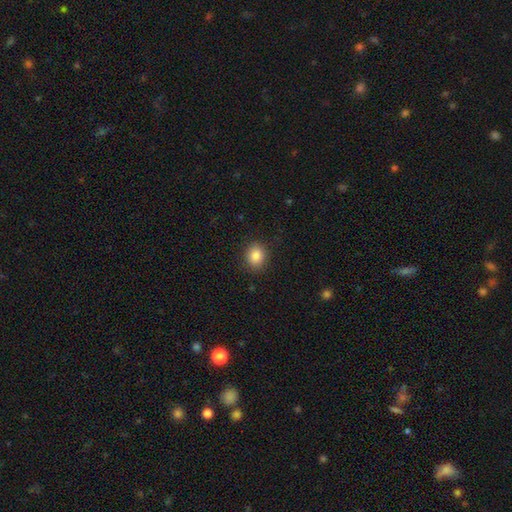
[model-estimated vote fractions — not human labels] This is clearly a smooth galaxy (85%). How rounded: likely round (63%). Merging: clearly none (89%).